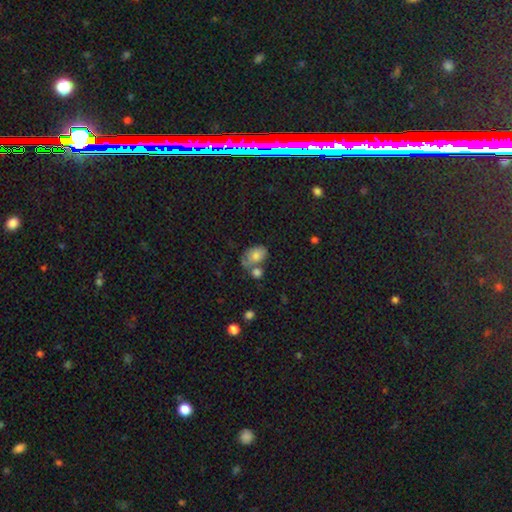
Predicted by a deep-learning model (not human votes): Morphology: type=smooth (74%); roundness=in between (80%); merging=none (37%).